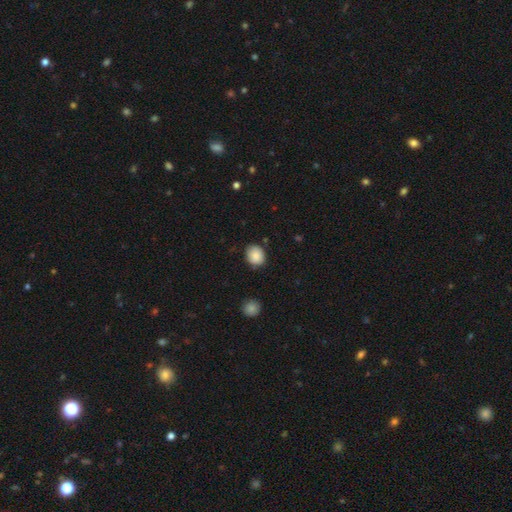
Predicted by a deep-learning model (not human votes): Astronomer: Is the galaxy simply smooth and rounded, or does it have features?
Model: smooth — 87%.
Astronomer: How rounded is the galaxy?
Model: round — 59% (runner-up: in between, 40%).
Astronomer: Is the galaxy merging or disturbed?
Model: none — 80%.